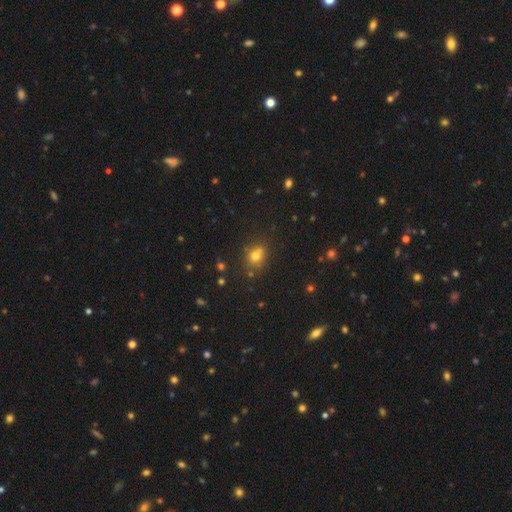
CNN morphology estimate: Smooth or featured? smooth (68%)
How rounded? round (65%)
Merging? none (63%)